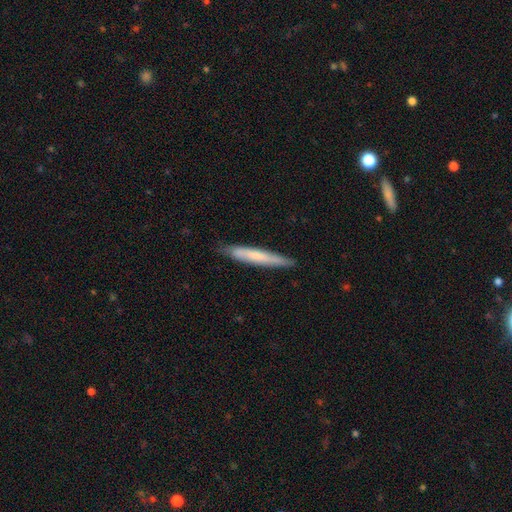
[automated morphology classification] Q: Smooth or featured?
A: smooth (63%); runner-up: featured or disk (31%)
Q: How rounded?
A: cigar-shaped (95%); runner-up: in between (4%)
Q: Merging?
A: none (86%); runner-up: minor disturbance (11%)